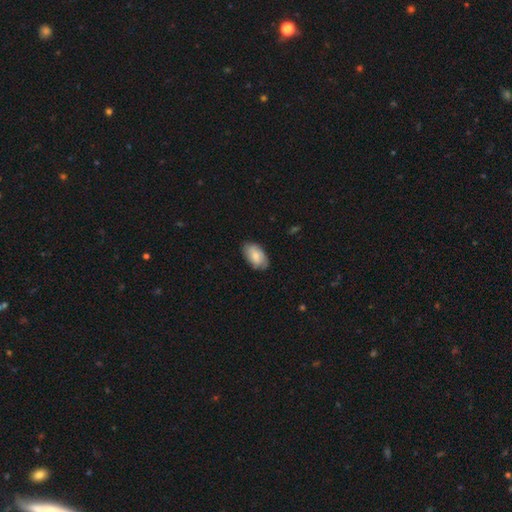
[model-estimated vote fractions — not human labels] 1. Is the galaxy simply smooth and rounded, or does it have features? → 67% smooth, 26% featured or disk, 6% star or artifact.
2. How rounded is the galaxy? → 93% in between, 5% round, 2% cigar-shaped.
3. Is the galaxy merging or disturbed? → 77% none, 19% minor disturbance, 3% major disturbance, 1% merger.